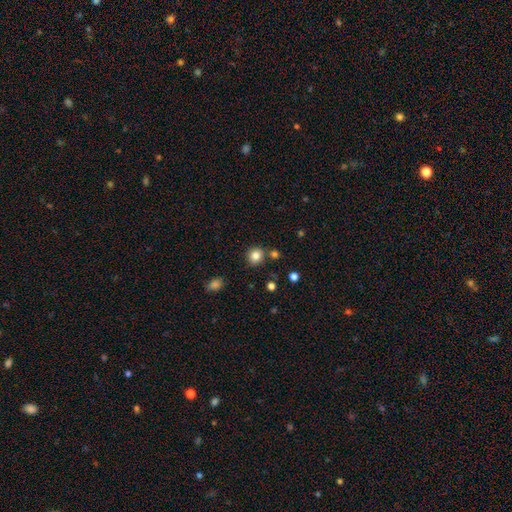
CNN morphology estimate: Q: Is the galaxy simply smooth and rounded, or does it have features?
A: smooth — 83%.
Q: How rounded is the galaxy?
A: round — 87%.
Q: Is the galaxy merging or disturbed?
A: none — 81%.